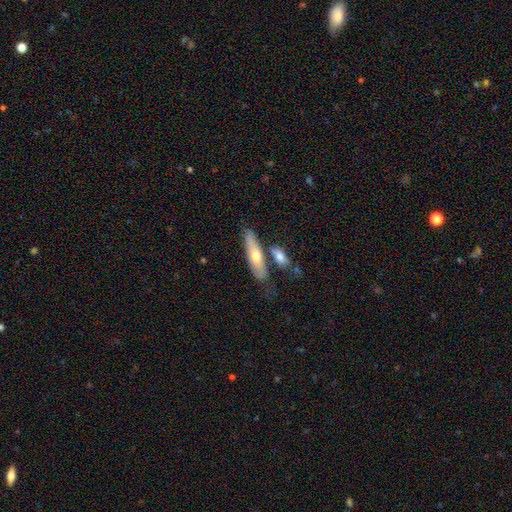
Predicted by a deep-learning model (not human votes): Smooth or featured? smooth (48%)
Merging? none (61%)